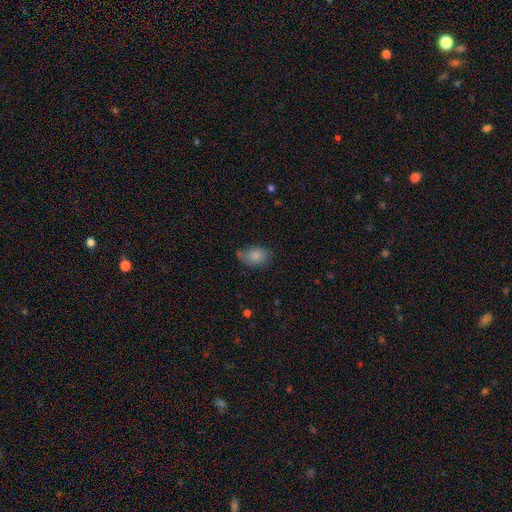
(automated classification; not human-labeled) Morphology: type=smooth (82%); roundness=in between (89%); merging=none (63%).